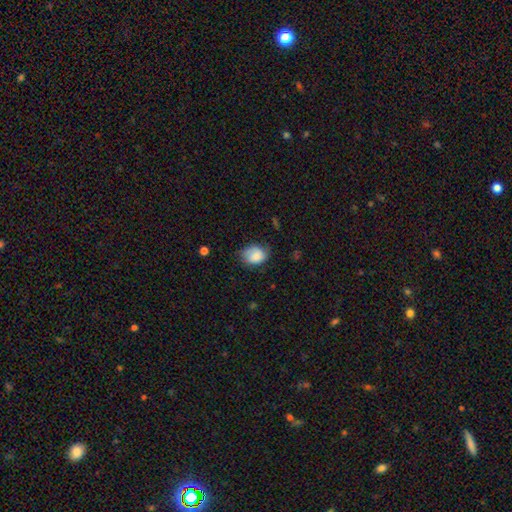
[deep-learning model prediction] Morphology: type=smooth (78%); roundness=in between (62%); merging=none (55%).